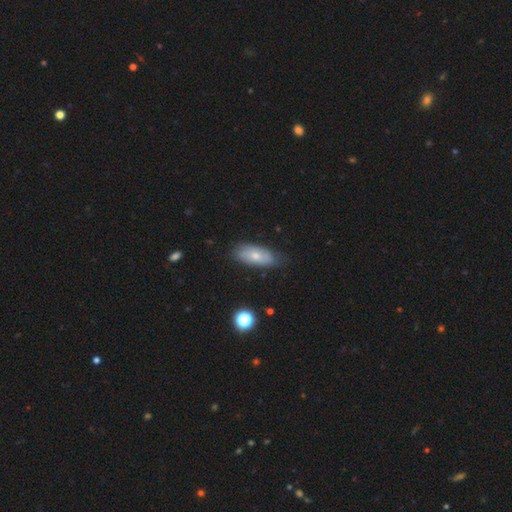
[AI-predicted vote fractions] Overall: smooth (64%; featured or disk 29%). How rounded: in between (85%). Merging: none (74%).